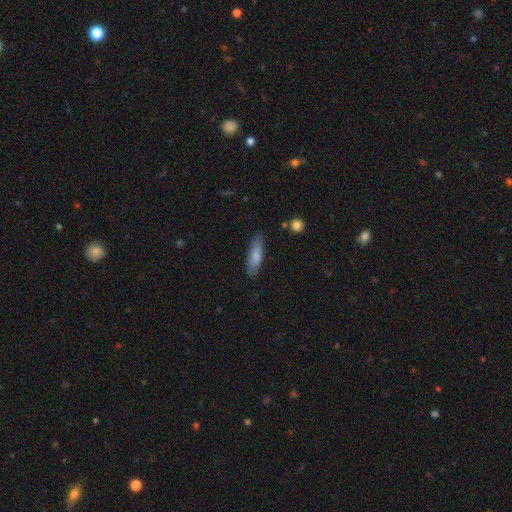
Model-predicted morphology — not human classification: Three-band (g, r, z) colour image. It shows a smooth galaxy with no disk features (79%) that is cigar-shaped (62%). Merging: none (83%).